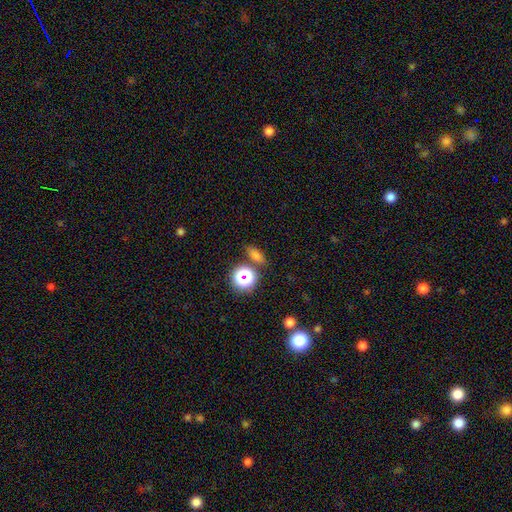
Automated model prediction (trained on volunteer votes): This is likely a smooth galaxy (68%). How rounded: possibly in between (59%). Merging: likely none (78%).